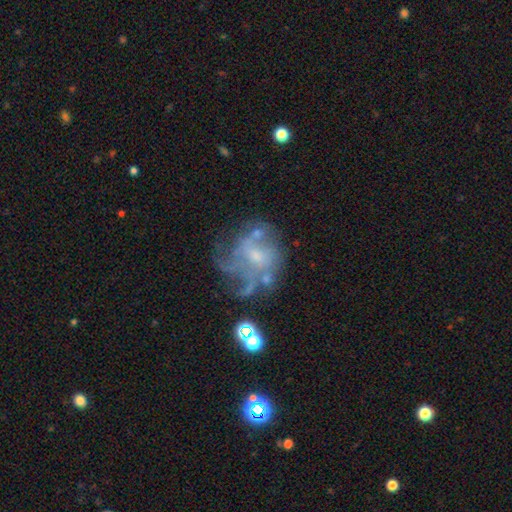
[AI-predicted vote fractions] This appears to be a featured or disk galaxy (67%) with no bar (68%), spiral arms (66%) and a small central bulge (51%). Merging: none (42%).